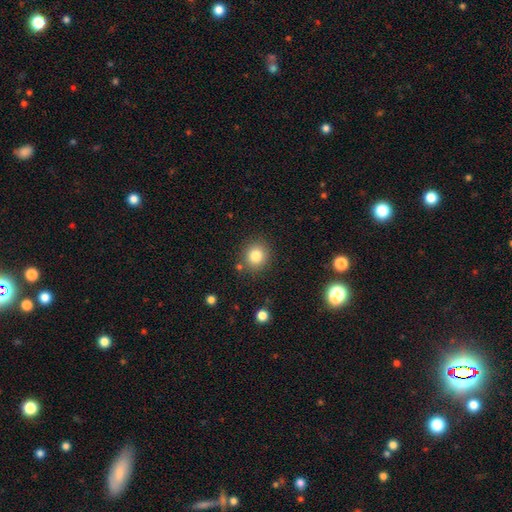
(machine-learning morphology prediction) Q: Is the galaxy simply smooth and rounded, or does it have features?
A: smooth — 81%.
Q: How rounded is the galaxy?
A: round — 86%.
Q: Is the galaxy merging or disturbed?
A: none — 85%.